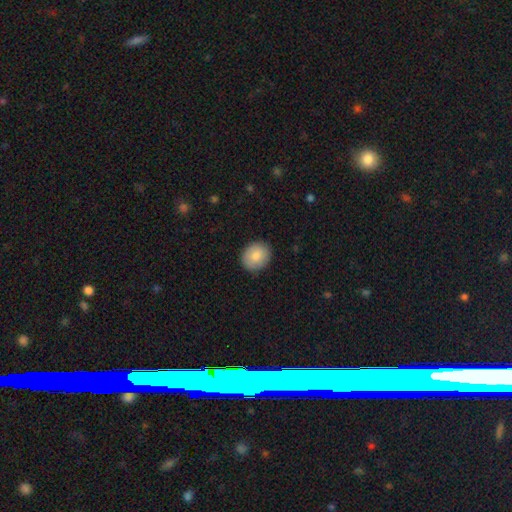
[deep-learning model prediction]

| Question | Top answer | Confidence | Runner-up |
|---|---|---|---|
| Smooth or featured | smooth | 84% | featured or disk (9%) |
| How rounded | round | 68% | in between (31%) |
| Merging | none | 89% | minor disturbance (8%) |